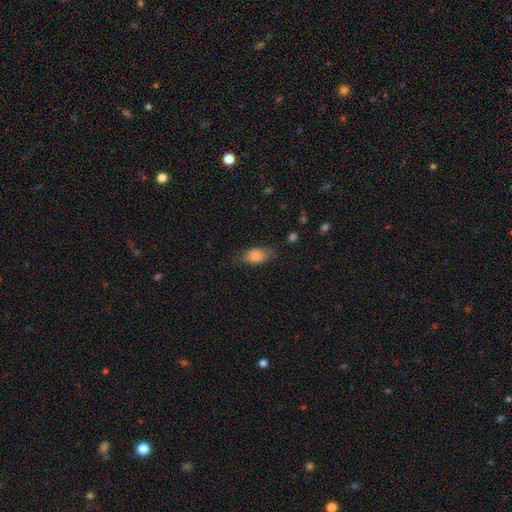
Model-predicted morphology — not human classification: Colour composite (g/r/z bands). It shows a smooth galaxy with no disk features (82%) that is in between round and cigar-shaped (87%). Merging: none (69%).